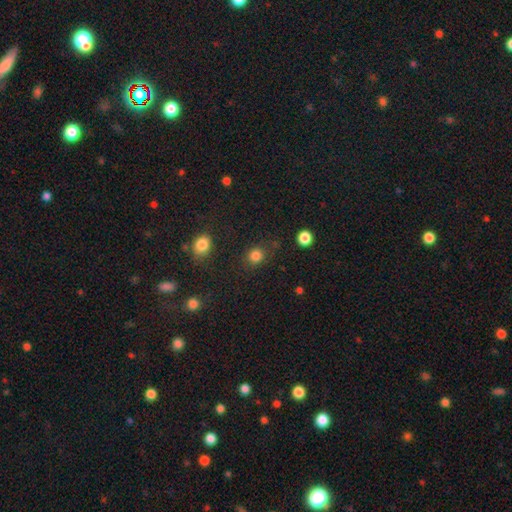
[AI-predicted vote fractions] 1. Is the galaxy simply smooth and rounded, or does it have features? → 83% smooth, 13% star or artifact, 4% featured or disk.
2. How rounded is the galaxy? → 76% round, 23% in between, 1% cigar-shaped.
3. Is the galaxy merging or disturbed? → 80% none, 12% minor disturbance, 4% major disturbance, 3% merger.